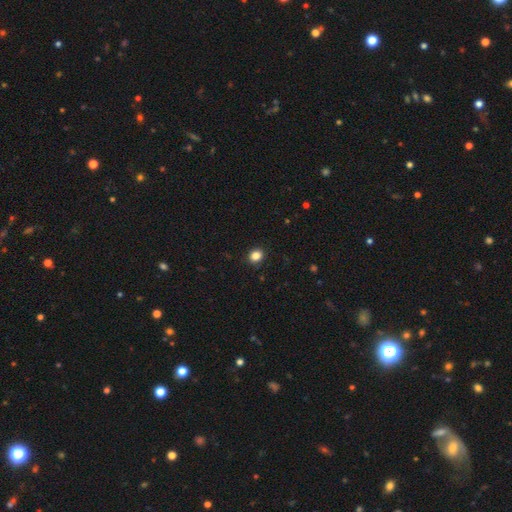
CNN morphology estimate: smooth 85%, star or artifact 11%, featured or disk 4%. Down the decision tree: how rounded — round (67%); merging — none (90%).